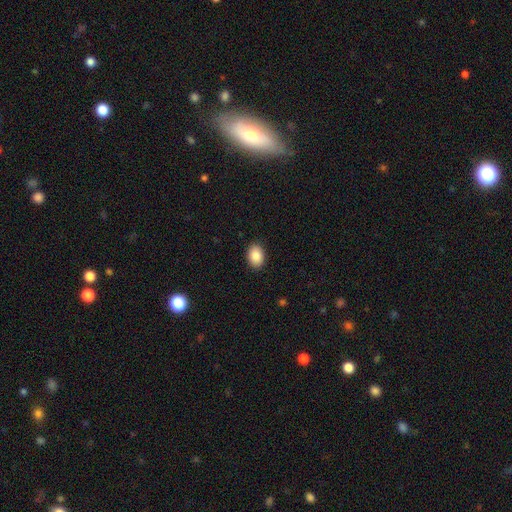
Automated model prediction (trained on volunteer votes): Q: Smooth or featured?
A: smooth (88%); runner-up: star or artifact (8%)
Q: How rounded?
A: in between (82%); runner-up: round (17%)
Q: Merging?
A: none (90%); runner-up: minor disturbance (7%)